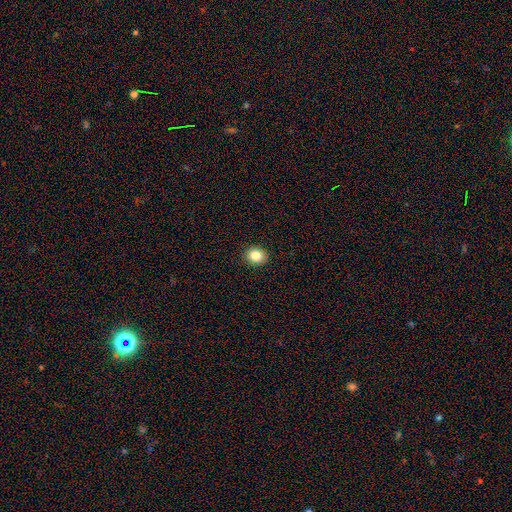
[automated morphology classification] Smooth or featured? Predicted: smooth (p=0.84). How rounded? Predicted: round (p=0.64). Merging? Predicted: none (p=0.92).